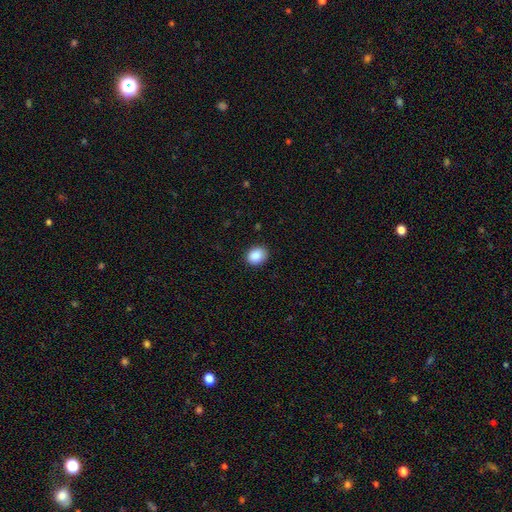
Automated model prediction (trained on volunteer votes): smooth-or-featured: smooth: 88% | star or artifact: 8% | featured or disk: 3%
  how-rounded: round: 51% | in between: 48% | cigar-shaped: 1%
  merging: none: 87% | minor disturbance: 10% | major disturbance: 2% | merger: 1%